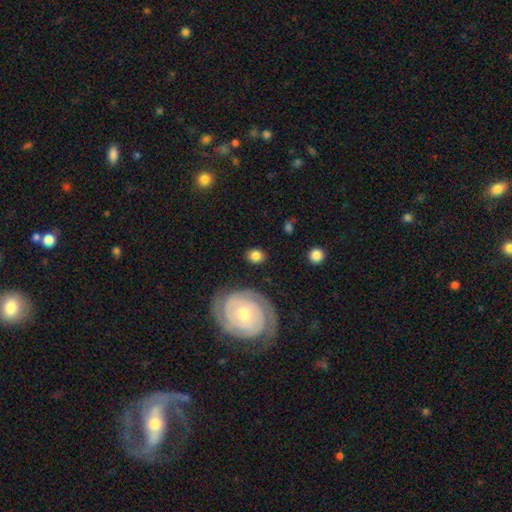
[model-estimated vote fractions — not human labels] A smooth galaxy with no disk features (75%) that is round (55%). Merging: none (82%).